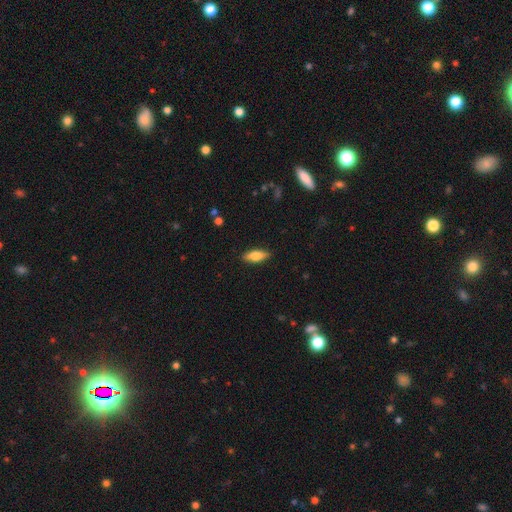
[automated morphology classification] A smooth galaxy with no disk features (74%) that is in between round and cigar-shaped (71%). Merging: none (88%).